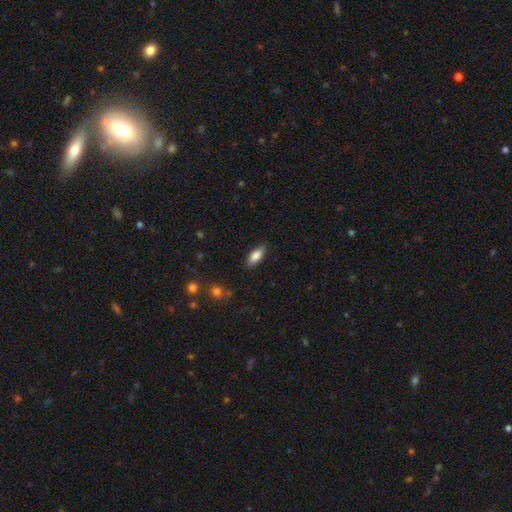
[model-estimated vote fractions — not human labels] Smooth or featured? Predicted: smooth (p=0.82). How rounded? Predicted: in between (p=0.80). Merging? Predicted: none (p=0.84).